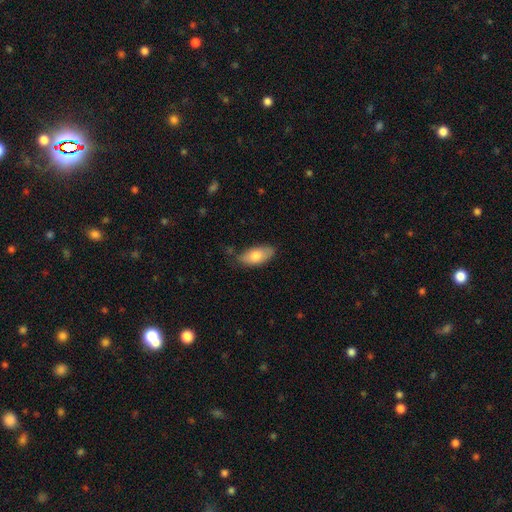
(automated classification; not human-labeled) smooth-or-featured: smooth: 77% | featured or disk: 17% | star or artifact: 6%
  how-rounded: in between: 89% | cigar-shaped: 8% | round: 3%
  merging: none: 73% | minor disturbance: 21% | major disturbance: 4% | merger: 2%